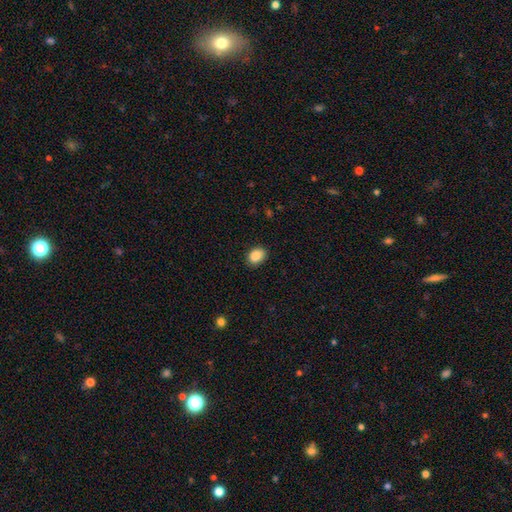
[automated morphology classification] A smooth galaxy with no disk features (87%) that is in between round and cigar-shaped (69%). Merging: none (87%).